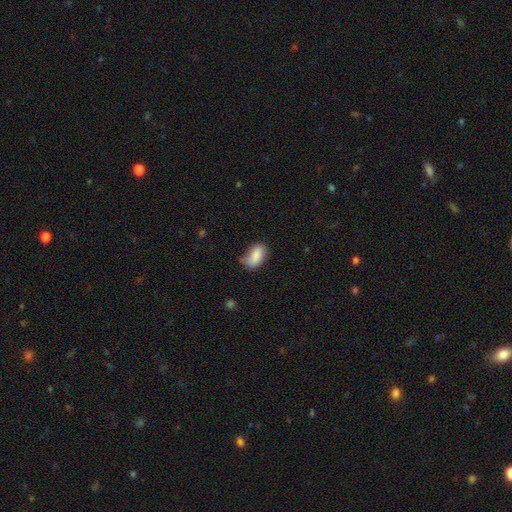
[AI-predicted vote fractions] Morphology: type=smooth (82%); roundness=in between (91%); merging=none (52%).